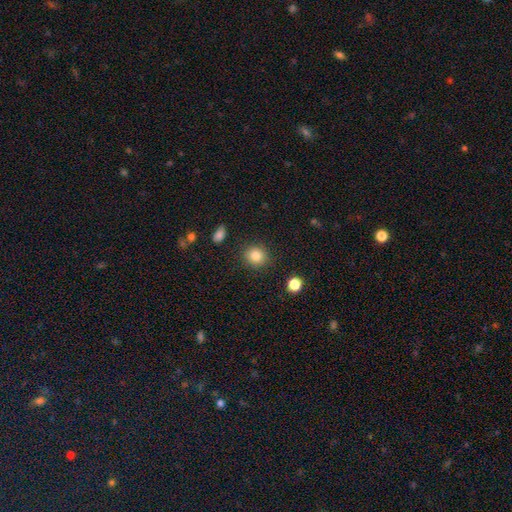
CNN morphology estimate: Smooth or featured? Predicted: smooth (p=0.85). How rounded? Predicted: round (p=0.85). Merging? Predicted: none (p=0.88).